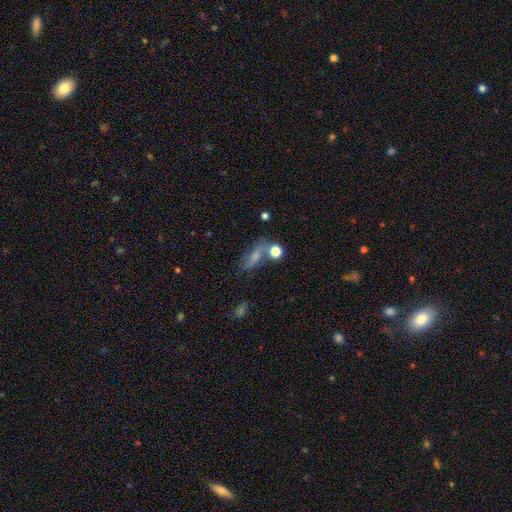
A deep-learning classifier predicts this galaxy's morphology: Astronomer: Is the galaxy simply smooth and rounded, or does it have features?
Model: smooth — 48% (runner-up: featured or disk, 37%).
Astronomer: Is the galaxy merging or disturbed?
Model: none — 50%.